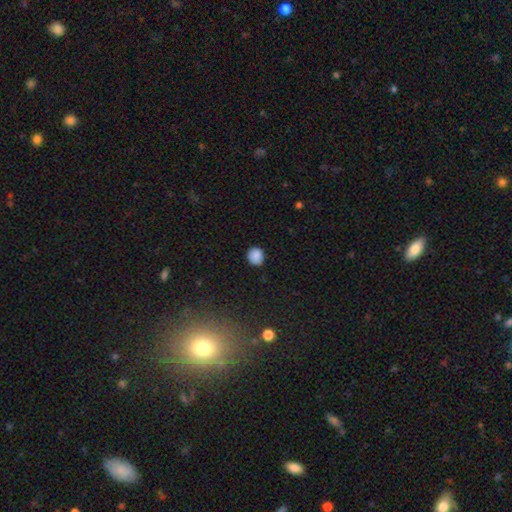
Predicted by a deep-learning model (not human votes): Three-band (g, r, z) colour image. It shows a smooth galaxy with no disk features (87%) that is round (84%). Merging: none (86%).